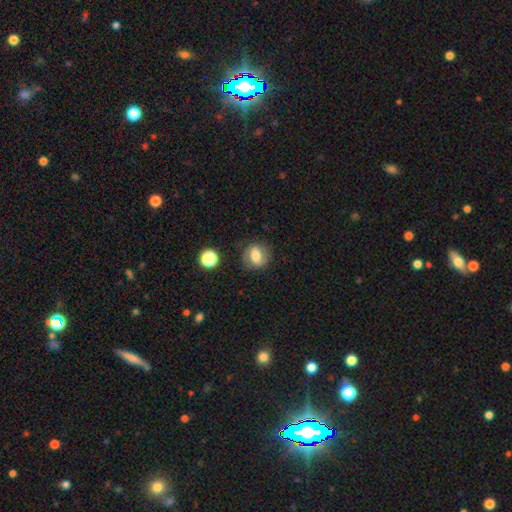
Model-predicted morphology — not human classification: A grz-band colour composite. It shows a smooth galaxy with no disk features (63%) that is round (54%). Merging: none (77%).